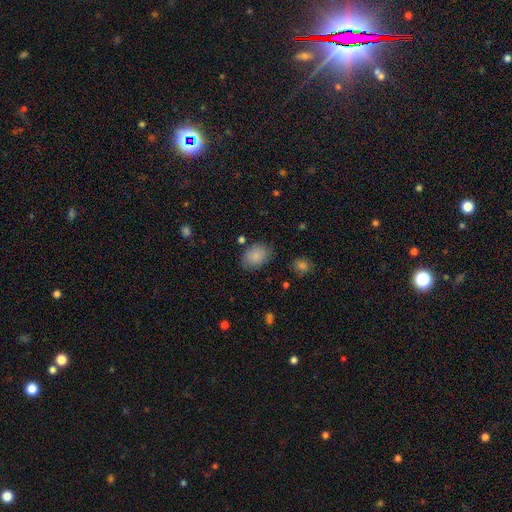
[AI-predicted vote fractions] A smooth galaxy with no disk features (87%) that is in between round and cigar-shaped (78%).

Vote fractions:
- Smooth or featured? smooth: 87% / star or artifact: 8% / featured or disk: 6%
- How rounded? in between: 78% / round: 21% / cigar-shaped: 1%
- Merging? none: 80% / minor disturbance: 14% / major disturbance: 4% / merger: 3%